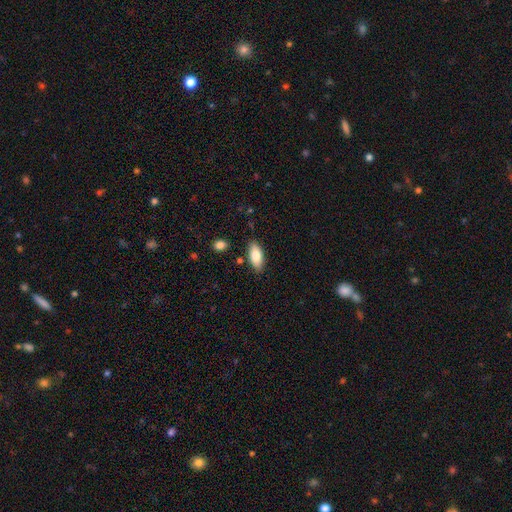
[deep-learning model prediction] Smooth or featured? smooth (80%)
How rounded? in between (87%)
Merging? none (84%)